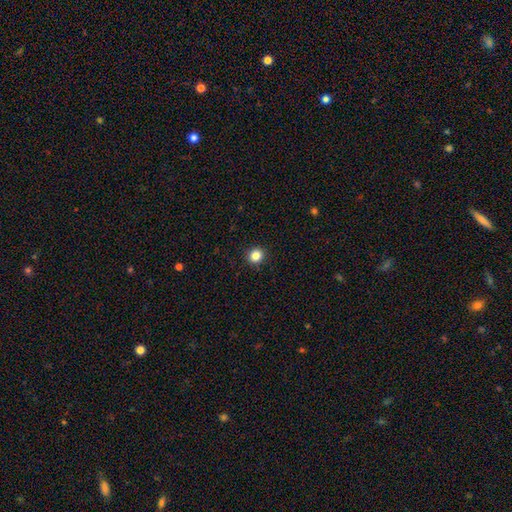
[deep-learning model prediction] A smooth galaxy with no disk features (85%) that is round (91%).

Vote fractions:
- Smooth or featured? smooth: 85% / star or artifact: 11% / featured or disk: 4%
- How rounded? round: 91% / in between: 8% / cigar-shaped: 1%
- Merging? none: 93% / minor disturbance: 5% / major disturbance: 2% / merger: 1%